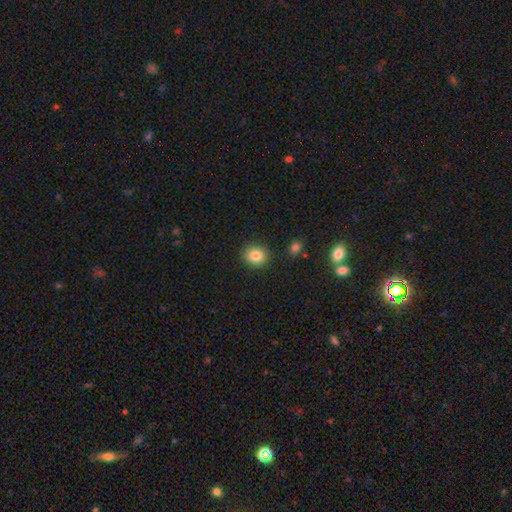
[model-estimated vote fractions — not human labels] Morphology: type=smooth (84%); roundness=round (78%); merging=none (88%).